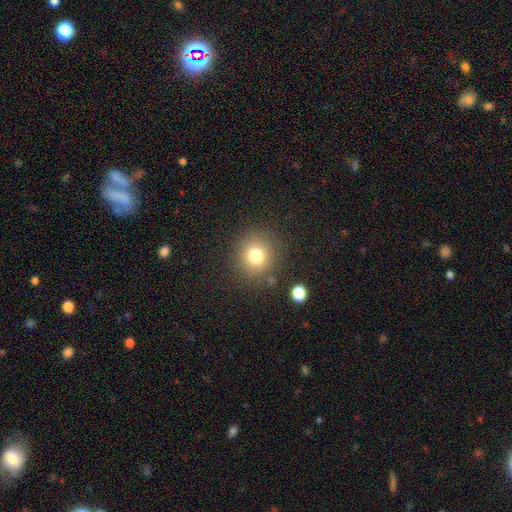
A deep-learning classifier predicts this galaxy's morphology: This is likely a smooth galaxy (78%). How rounded: clearly round (87%). Merging: clearly none (84%).